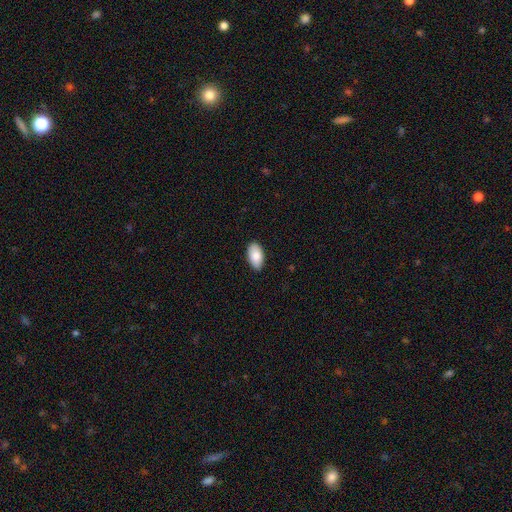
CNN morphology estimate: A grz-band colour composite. It shows a smooth galaxy with no disk features (86%) that is in between round and cigar-shaped (95%). Merging: none (87%).